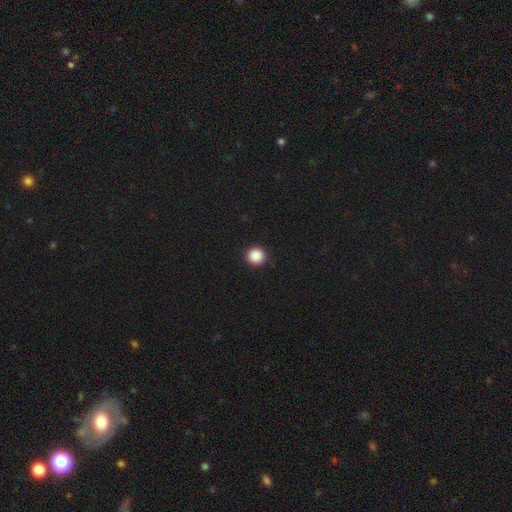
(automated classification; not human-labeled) Overall: smooth (88%). How rounded: round (95%). Merging: none (93%).